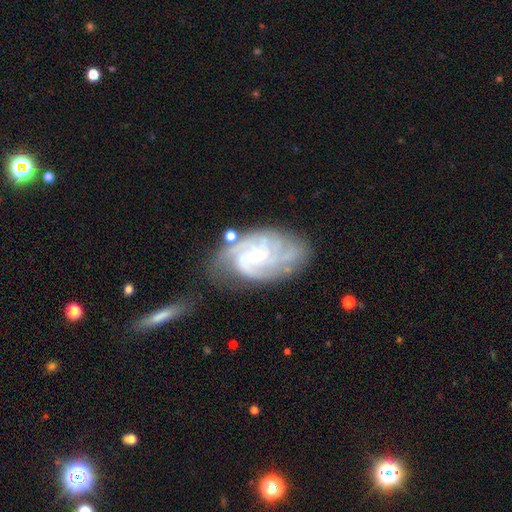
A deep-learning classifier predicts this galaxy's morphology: smooth-or-featured: featured or disk: 86% | smooth: 8% | star or artifact: 6%
  disk-edge-on: no: 97% | yes: 3%
    bar: no: 71% | weak: 24% | strong: 5%
    has-spiral-arms: yes: 97% | no: 3%
      spiral-winding: tight: 59% | medium: 33% | loose: 7%
      spiral-arm-count: 4: 30% | 3: 23% | can't tell: 22% | 2: 11% | more than 4: 8% | 1: 6%
    bulge-size: small: 82% | moderate: 13% | none: 3% | large: 1% | dominant: 1%
  merging: none: 60% | minor disturbance: 23% | major disturbance: 12% | merger: 5%